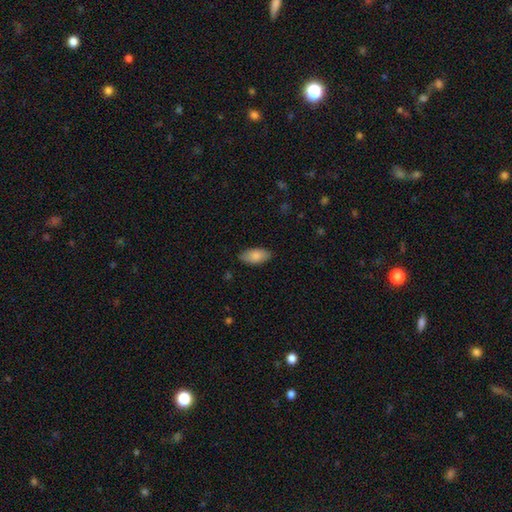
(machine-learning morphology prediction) Smooth or featured?
  - smooth: 85% *
  - featured or disk: 8%
  - star or artifact: 6%
How rounded?
  - in between: 93% *
  - cigar-shaped: 5%
  - round: 2%
Merging?
  - none: 85% *
  - minor disturbance: 12%
  - major disturbance: 2%
  - merger: 1%